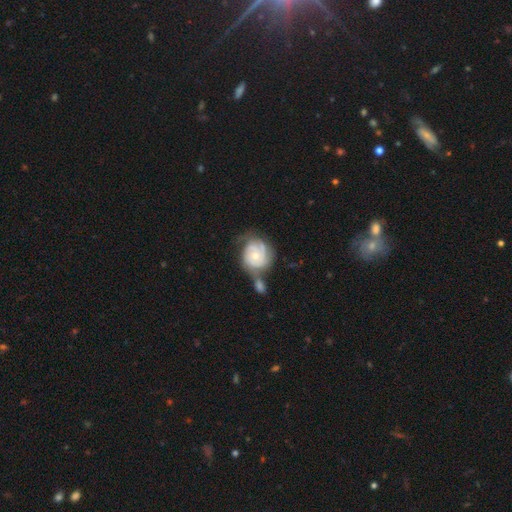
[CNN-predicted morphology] This is likely a featured or disk galaxy (79%). It is clearly not viewed edge-on (98%). Bar: likely no (76%). Spiral arm pattern: clearly yes (92%). Spiral arm count: marginally 2 (41%). Spiral winding: likely tight (67%). Central bulge: possibly moderate (48%). Merging: marginally none (33%).